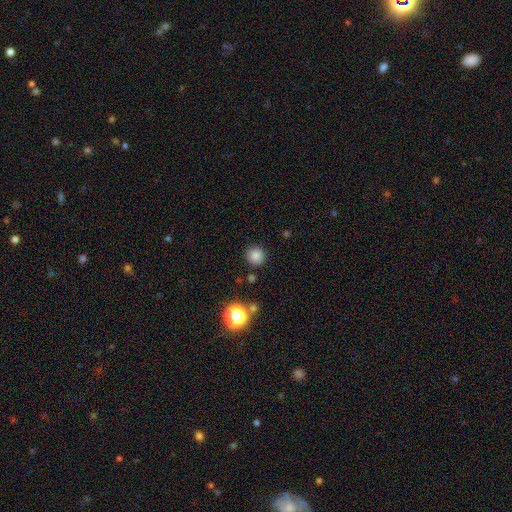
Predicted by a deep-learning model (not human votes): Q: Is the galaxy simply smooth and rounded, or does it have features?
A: smooth — 82%.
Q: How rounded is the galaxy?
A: round — 92%.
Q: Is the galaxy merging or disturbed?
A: none — 87%.